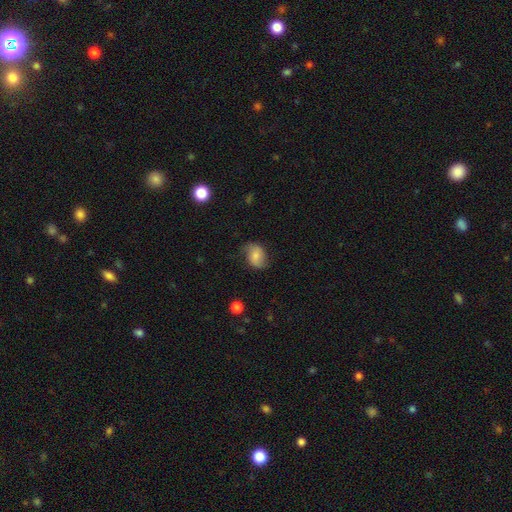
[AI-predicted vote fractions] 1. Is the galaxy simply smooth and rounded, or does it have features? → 59% smooth, 32% featured or disk, 9% star or artifact.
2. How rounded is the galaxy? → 66% in between, 33% round, 1% cigar-shaped.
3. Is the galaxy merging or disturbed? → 65% none, 25% minor disturbance, 9% major disturbance, 1% merger.